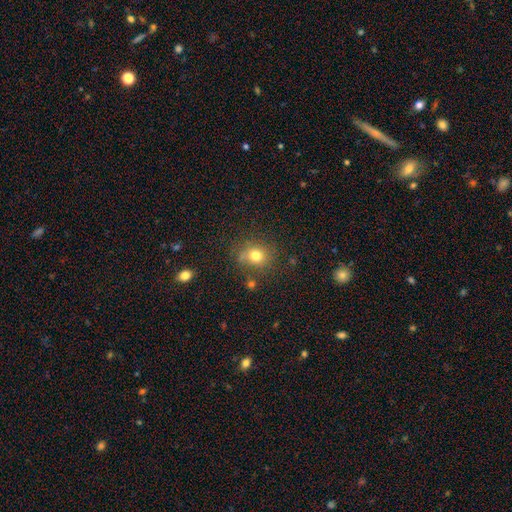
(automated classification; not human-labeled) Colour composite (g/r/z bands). It shows a smooth galaxy with no disk features (75%) that is round (71%). Merging: none (74%).